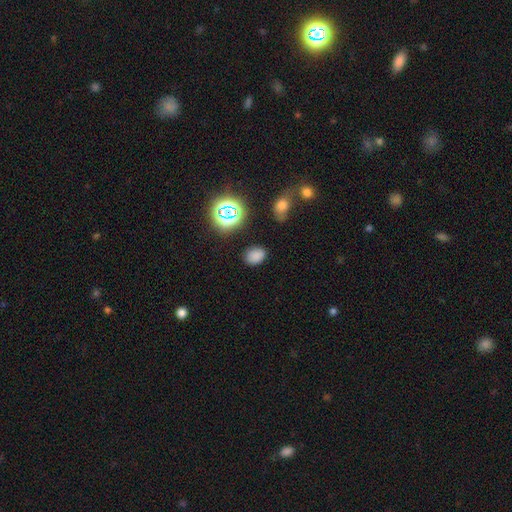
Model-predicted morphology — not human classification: Smooth or featured? smooth (75%)
How rounded? in between (71%)
Merging? none (82%)